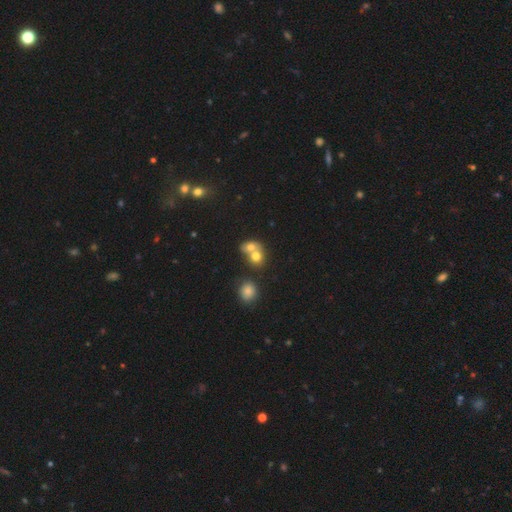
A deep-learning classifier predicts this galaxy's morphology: smooth 71%, featured or disk 16%, star or artifact 12%. Down the decision tree: how rounded — round (64%); merging — merger (65%).